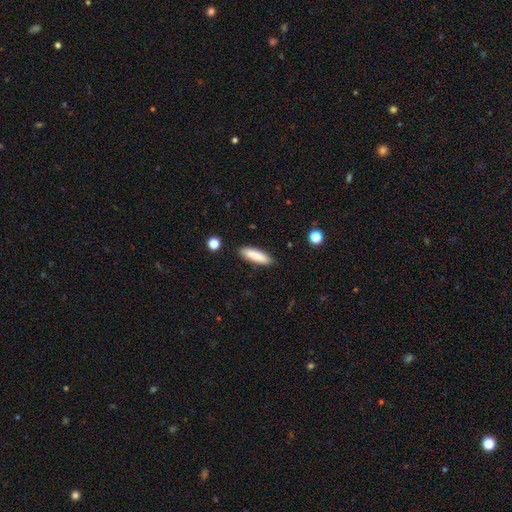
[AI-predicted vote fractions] Smooth or featured?
  - smooth: 86% *
  - featured or disk: 8%
  - star or artifact: 6%
How rounded?
  - cigar-shaped: 60% *
  - in between: 38%
  - round: 2%
Merging?
  - none: 87% *
  - minor disturbance: 9%
  - major disturbance: 2%
  - merger: 2%